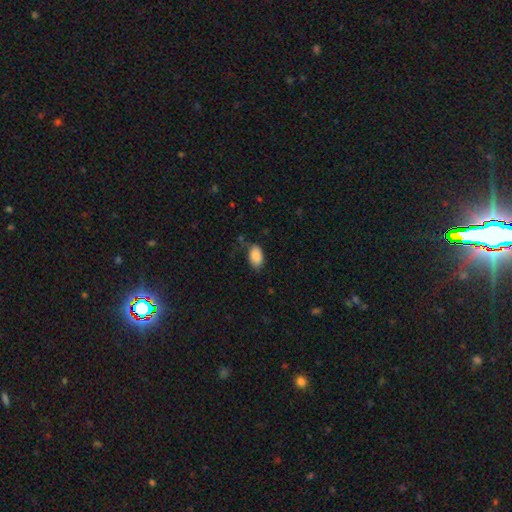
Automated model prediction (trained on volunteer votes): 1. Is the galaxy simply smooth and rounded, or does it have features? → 87% smooth, 7% star or artifact, 6% featured or disk.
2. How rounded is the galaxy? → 92% in between, 6% round, 1% cigar-shaped.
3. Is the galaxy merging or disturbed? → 66% none, 25% minor disturbance, 8% major disturbance, 2% merger.